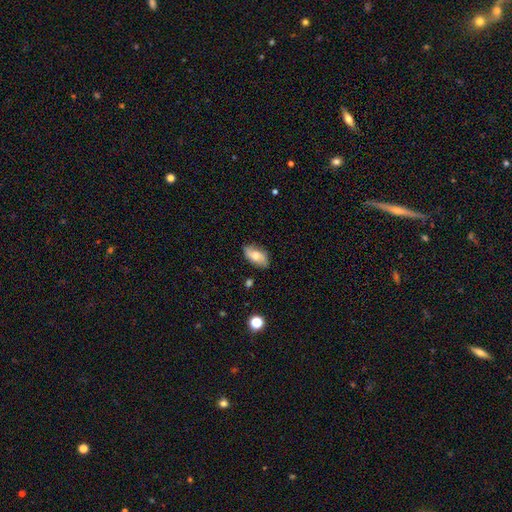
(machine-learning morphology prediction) smooth_or_featured: smooth (p=0.67) [alt: featured or disk p=0.25]
how_rounded: in between (p=0.91) [alt: round p=0.04]
merging: none (p=0.74) [alt: minor disturbance p=0.20]